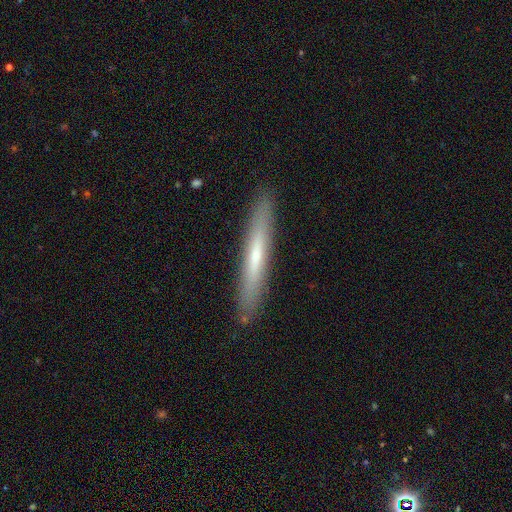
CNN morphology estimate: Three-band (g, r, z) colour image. It shows a smooth galaxy with no disk features (50%). Merging: none (89%).